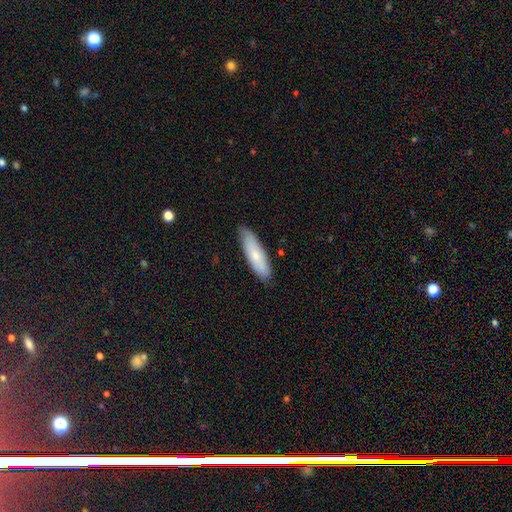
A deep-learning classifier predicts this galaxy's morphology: A smooth galaxy with no disk features (72%) that is cigar-shaped (59%).

Vote fractions:
- Smooth or featured? smooth: 72% / featured or disk: 22% / star or artifact: 6%
- How rounded? cigar-shaped: 59% / in between: 40% / round: 2%
- Merging? none: 83% / minor disturbance: 14% / major disturbance: 2% / merger: 1%